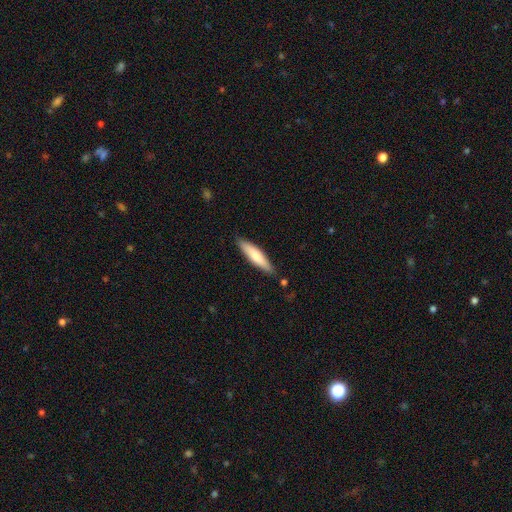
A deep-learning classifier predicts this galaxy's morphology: The model was most divided on "smooth or featured": smooth: 73%, featured or disk: 22%, star or artifact: 5%. More confident: merging — none (85%); how rounded — cigar-shaped (77%).